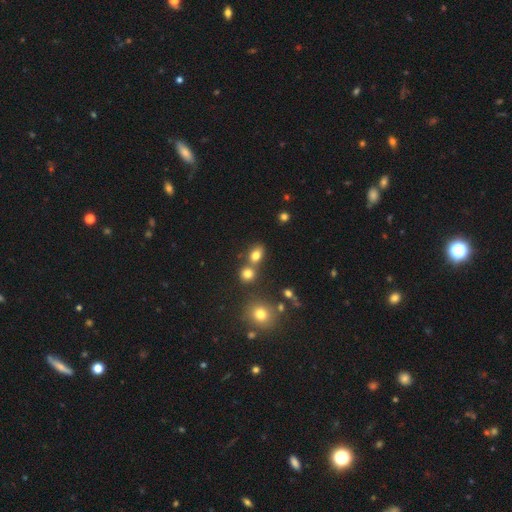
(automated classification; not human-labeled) Overall: smooth (76%). How rounded: in between (59%; round 39%). Merging: none (56%; merger 29%).